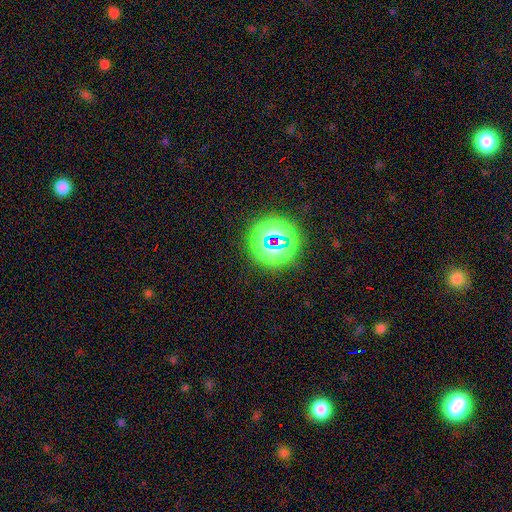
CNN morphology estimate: A star or artifact, not a galaxy (74%).